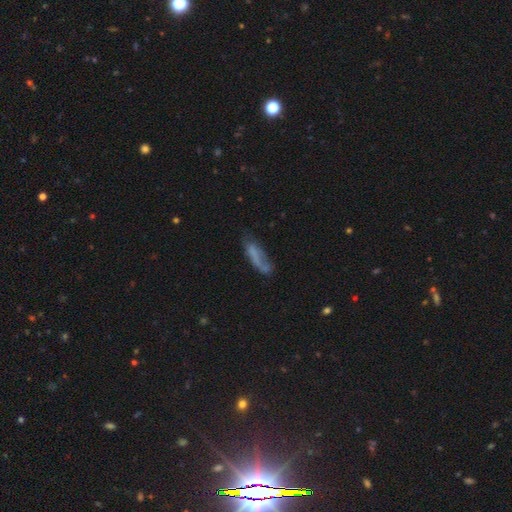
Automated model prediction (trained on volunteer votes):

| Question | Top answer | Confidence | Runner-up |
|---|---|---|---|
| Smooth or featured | smooth | 56% | featured or disk (32%) |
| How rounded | cigar-shaped | 59% | in between (38%) |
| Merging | none | 43% | minor disturbance (28%) |